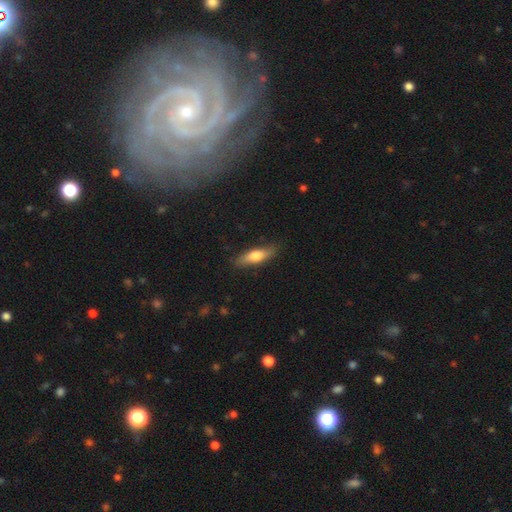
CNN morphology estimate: A smooth galaxy with no disk features (66%) that is cigar-shaped (58%).

Vote fractions:
- Smooth or featured? smooth: 66% / featured or disk: 28% / star or artifact: 6%
- How rounded? cigar-shaped: 58% / in between: 40% / round: 2%
- Merging? none: 83% / minor disturbance: 13% / major disturbance: 3% / merger: 1%